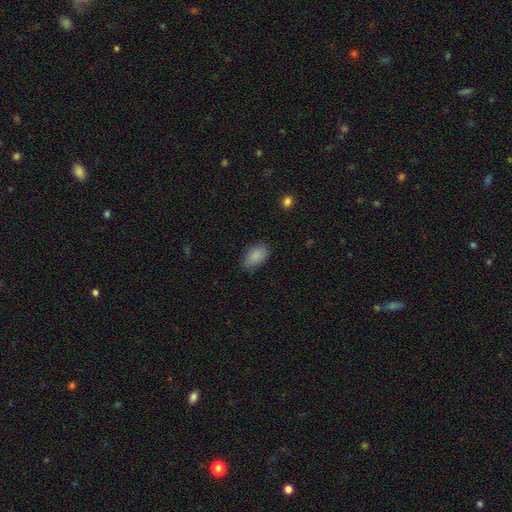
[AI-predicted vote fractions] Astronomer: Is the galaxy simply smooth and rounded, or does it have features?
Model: smooth — 87%.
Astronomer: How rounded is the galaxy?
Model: in between — 91%.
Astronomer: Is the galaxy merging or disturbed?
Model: none — 76%.